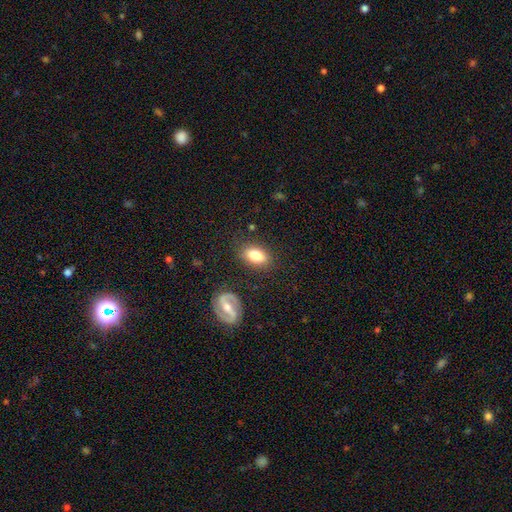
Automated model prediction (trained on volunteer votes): A smooth galaxy with no disk features (78%) that is in between round and cigar-shaped (86%).

Vote fractions:
- Smooth or featured? smooth: 78% / featured or disk: 14% / star or artifact: 7%
- How rounded? in between: 86% / round: 11% / cigar-shaped: 3%
- Merging? none: 81% / minor disturbance: 12% / major disturbance: 3% / merger: 3%